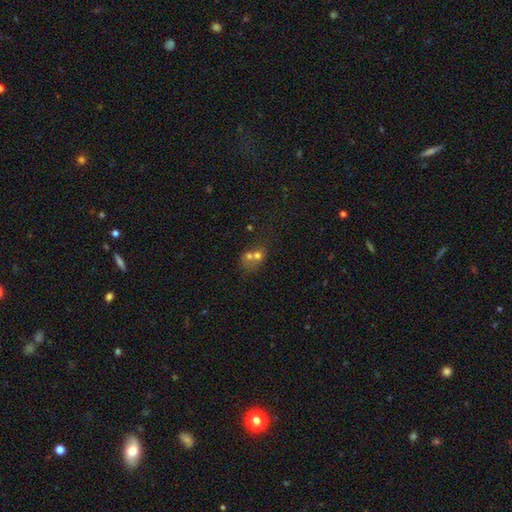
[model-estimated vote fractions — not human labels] smooth 60%, featured or disk 25%, star or artifact 15%. Down the decision tree: how rounded — round (64%); merging — merger (67%).